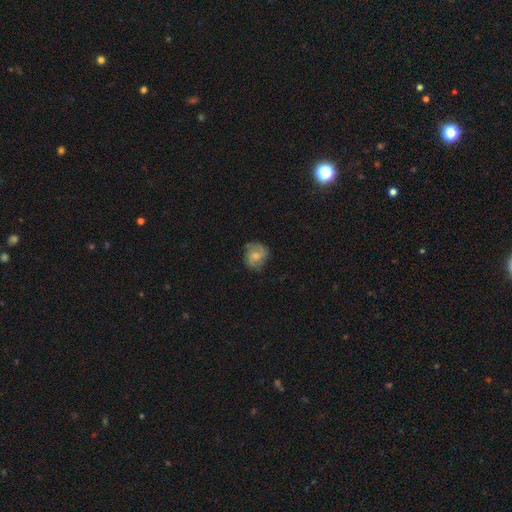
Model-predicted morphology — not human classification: A featured or disk galaxy (52%) with no bar (65%), spiral arms (86%) and a moderate central bulge (45%).

Vote fractions:
- Smooth or featured? featured or disk: 52% / smooth: 40% / star or artifact: 8%
- Edge-on disk? no: 97% / yes: 3%
- Bar? no: 65% / weak: 31% / strong: 5%
- Spiral arms? yes: 86% / no: 14%
- Bulge size? moderate: 45% / small: 34% / none: 13% / large: 7% / dominant: 1%
- Merging? none: 69% / minor disturbance: 22% / major disturbance: 8% / merger: 1%